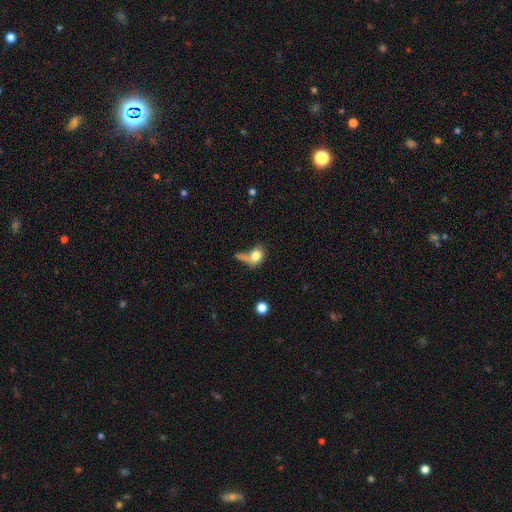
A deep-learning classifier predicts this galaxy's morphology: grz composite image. It shows a smooth galaxy with no disk features (73%) that is in between round and cigar-shaped (50%). Merging: major disturbance (29%, tied with none).